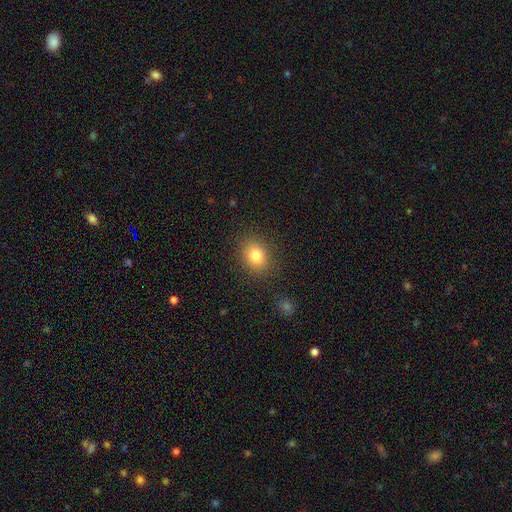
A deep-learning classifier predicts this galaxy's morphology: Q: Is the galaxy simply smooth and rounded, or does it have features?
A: smooth — 81%.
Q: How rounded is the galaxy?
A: round — 55%.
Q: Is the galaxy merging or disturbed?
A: none — 87%.